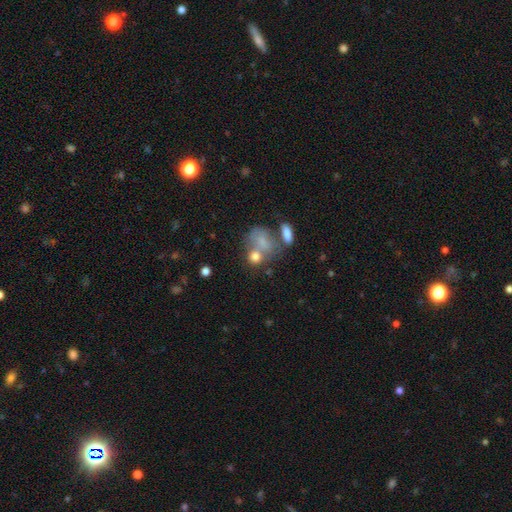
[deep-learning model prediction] A smooth galaxy with no disk features (67%) that is round (57%). Merging: merger (41%).